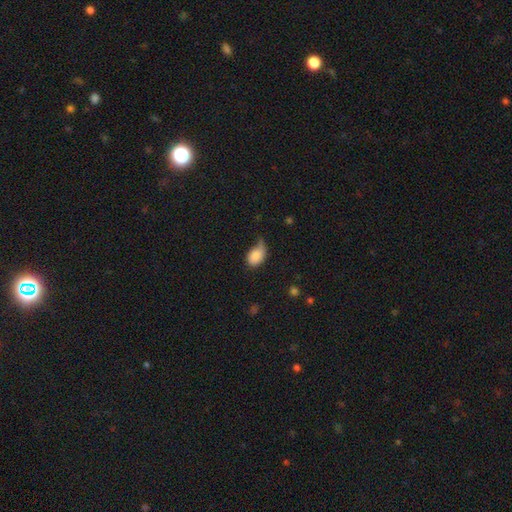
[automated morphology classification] This appears to be a smooth galaxy with no disk features (82%) that is in between round and cigar-shaped (82%). Merging: minor disturbance (41%).